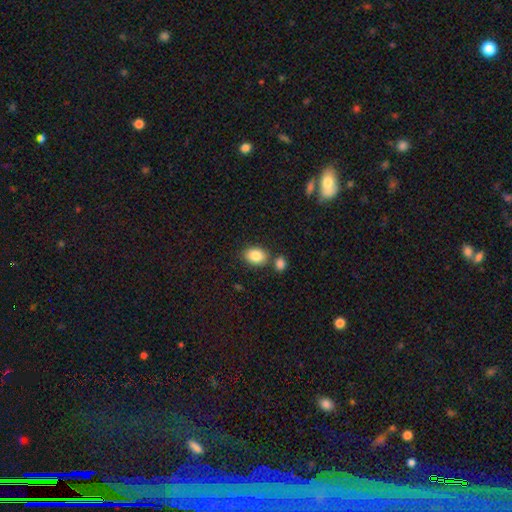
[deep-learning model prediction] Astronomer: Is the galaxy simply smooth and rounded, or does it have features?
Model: smooth — 86%.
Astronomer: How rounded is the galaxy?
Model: in between — 74%.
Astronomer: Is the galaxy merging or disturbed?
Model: none — 73%.